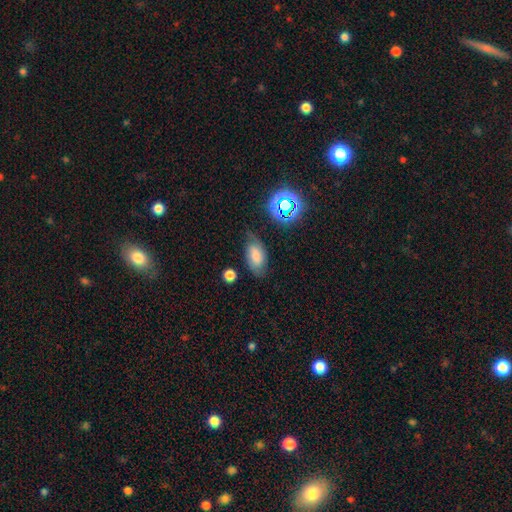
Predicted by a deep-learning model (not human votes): A smooth galaxy with no disk features (64%) that is in between round and cigar-shaped (90%).

Vote fractions:
- Smooth or featured? smooth: 64% / featured or disk: 21% / star or artifact: 14%
- How rounded? in between: 90% / round: 6% / cigar-shaped: 3%
- Merging? none: 64% / minor disturbance: 25% / major disturbance: 8% / merger: 3%